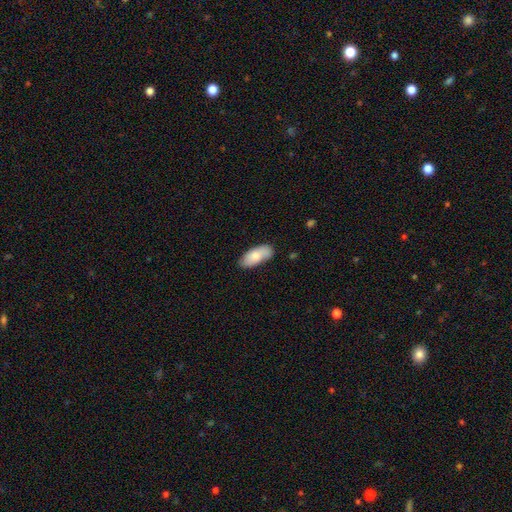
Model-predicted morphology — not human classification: type=smooth (79%); roundness=in between (87%); merging=none (78%).